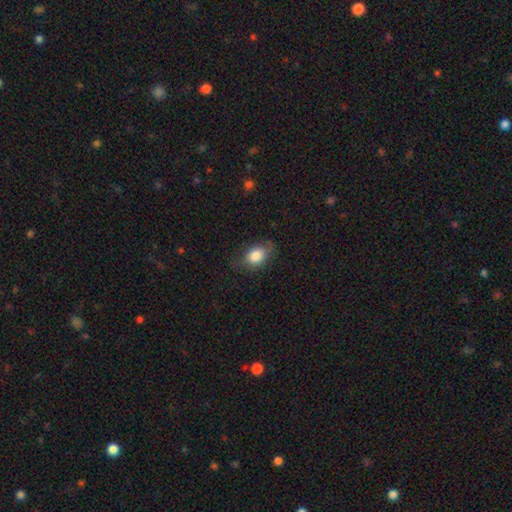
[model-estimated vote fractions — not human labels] Q: Smooth or featured?
A: smooth (82%); runner-up: featured or disk (10%)
Q: How rounded?
A: in between (75%); runner-up: round (23%)
Q: Merging?
A: none (66%); runner-up: minor disturbance (24%)